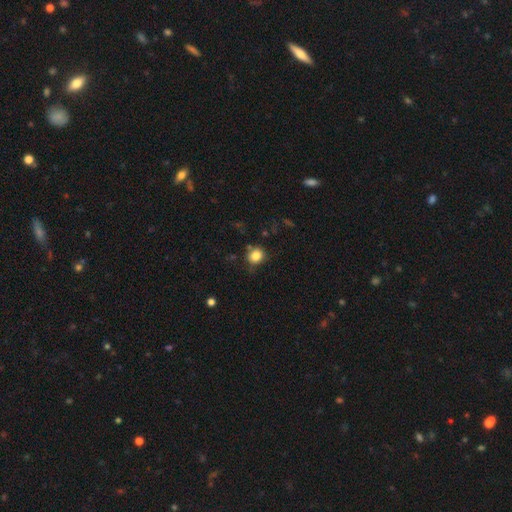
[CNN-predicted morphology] Smooth or featured: smooth — 84% (star or artifact — 11%)
How rounded: round — 81% (in between — 18%)
Merging: none — 78% (minor disturbance — 15%)